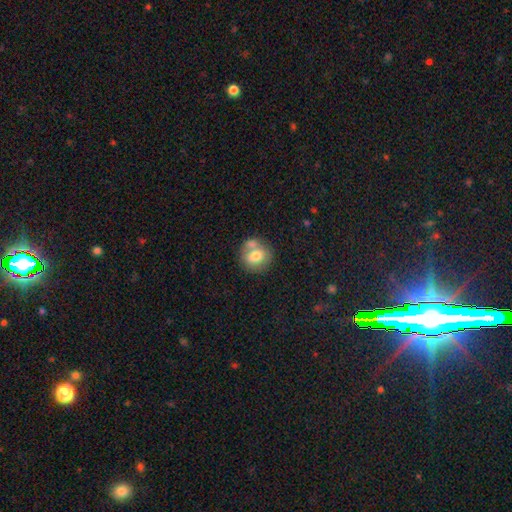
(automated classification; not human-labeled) This is likely a smooth galaxy (73%). How rounded: likely round (79%). Merging: possibly none (49%).